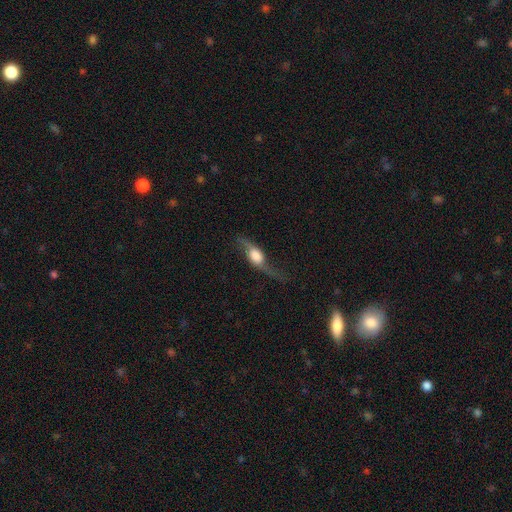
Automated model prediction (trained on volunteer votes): smooth_or_featured: featured or disk (p=0.68) [alt: smooth p=0.25]
disk_edge_on: no (p=0.54) [alt: yes p=0.46]
merging: none (p=0.54) [alt: major disturbance p=0.22]